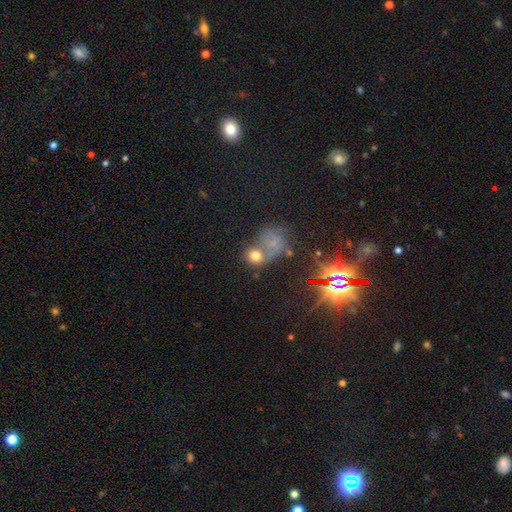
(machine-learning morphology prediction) smooth-or-featured: smooth: 66% | star or artifact: 21% | featured or disk: 13%
  how-rounded: round: 71% | in between: 28% | cigar-shaped: 2%
  merging: none: 41% | merger: 35% | minor disturbance: 13% | major disturbance: 11%